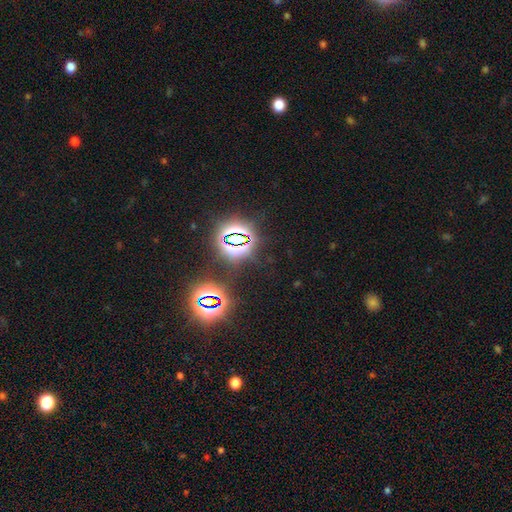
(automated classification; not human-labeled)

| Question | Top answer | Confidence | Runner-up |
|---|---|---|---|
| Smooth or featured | star or artifact | 82% | smooth (11%) |